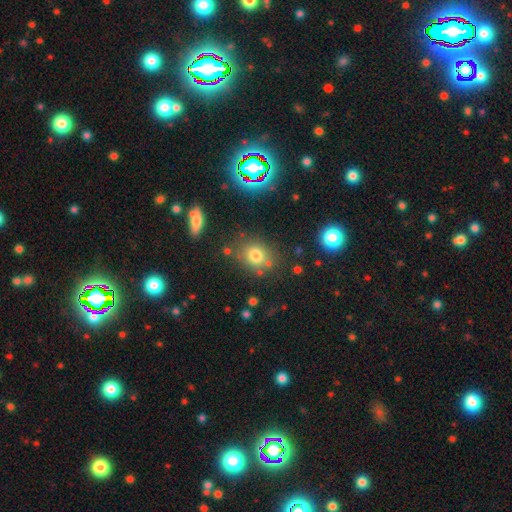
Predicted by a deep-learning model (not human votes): smooth-or-featured: smooth: 75% | star or artifact: 16% | featured or disk: 10%
  how-rounded: round: 65% | in between: 33% | cigar-shaped: 1%
  merging: none: 74% | minor disturbance: 13% | merger: 8% | major disturbance: 5%